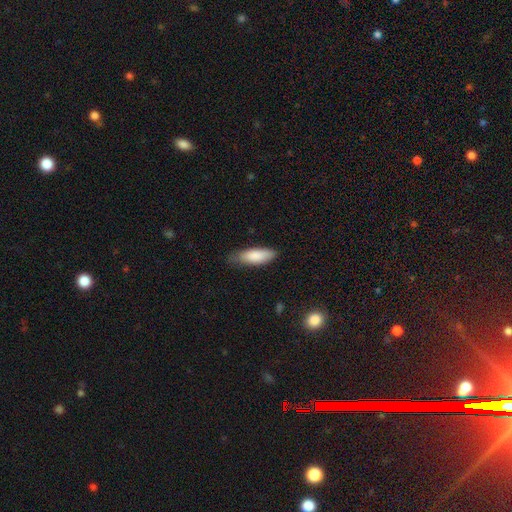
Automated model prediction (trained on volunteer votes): The model was most divided on "how rounded": in between: 61%, cigar-shaped: 37%, round: 2%. More confident: smooth or featured — smooth (86%); merging — none (73%).